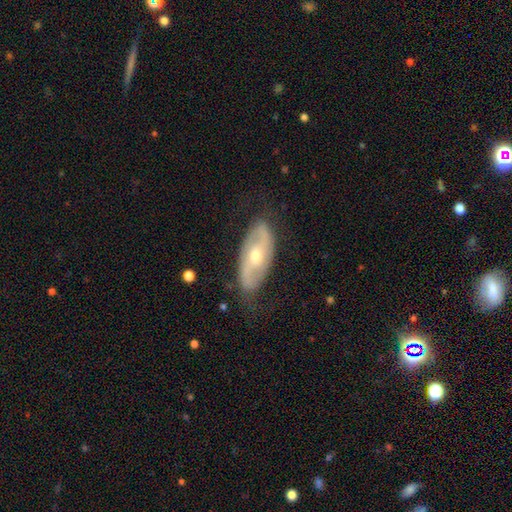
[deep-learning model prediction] This appears to be a featured or disk galaxy (71%) with no bar (45%), spiral arms (76%) and a moderate central bulge (59%). Merging: none (75%).